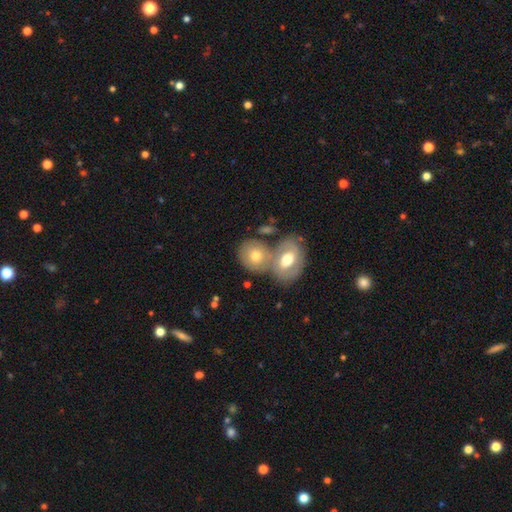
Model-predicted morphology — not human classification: This is likely a smooth galaxy (63%). How rounded: possibly round (55%). Merging: possibly merger (56%).